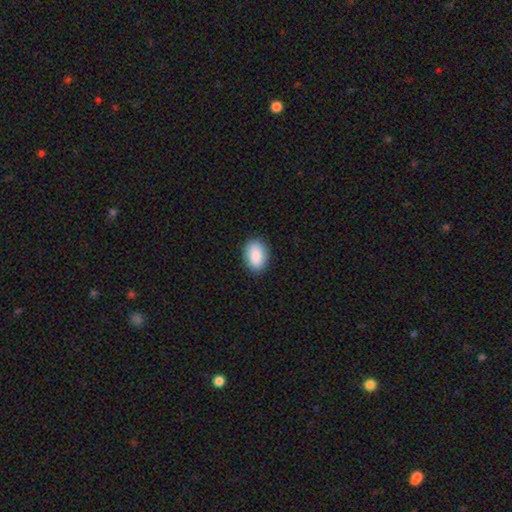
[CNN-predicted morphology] smooth 89%, star or artifact 7%, featured or disk 4%. Down the decision tree: how rounded — in between (86%); merging — none (88%).